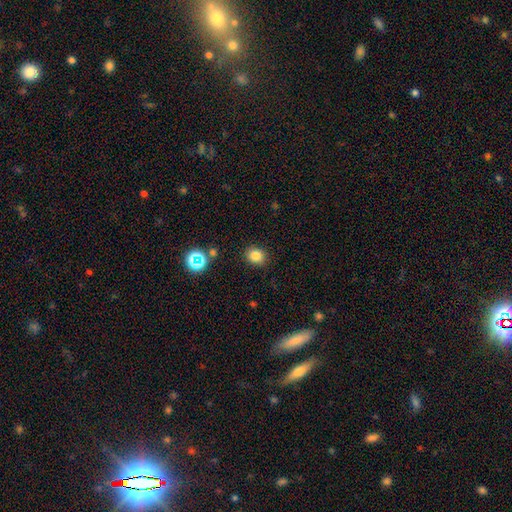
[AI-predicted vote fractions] Smooth or featured? Predicted: smooth (p=0.80). How rounded? Predicted: round (p=0.66). Merging? Predicted: none (p=0.88).